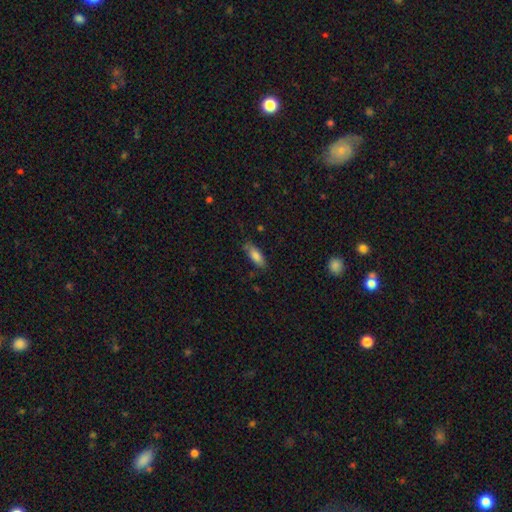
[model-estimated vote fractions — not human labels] This appears to be a smooth galaxy with no disk features (81%) that is in between round and cigar-shaped (69%). Merging: none (73%).